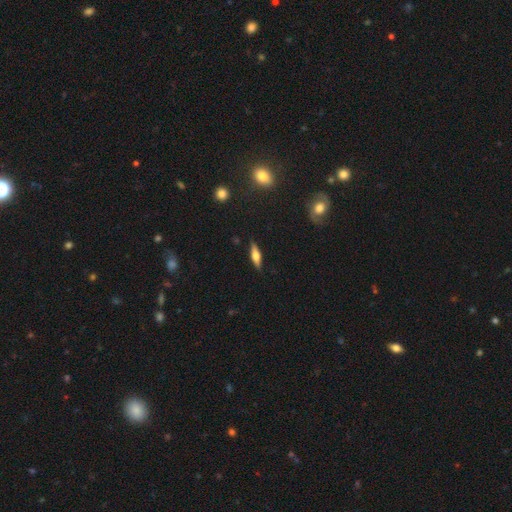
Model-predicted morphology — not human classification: featured or disk 55%, smooth 38%, star or artifact 7%. Down the decision tree: edge-on disk — yes (94%); edge-on bulge — rounded (90%); merging — none (88%).